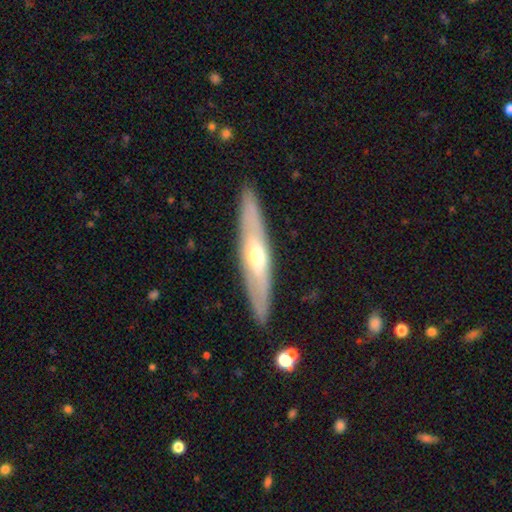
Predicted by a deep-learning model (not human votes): A featured or disk galaxy (62%) viewed edge-on (74%).

Vote fractions:
- Smooth or featured? featured or disk: 62% / smooth: 32% / star or artifact: 5%
- Edge-on disk? yes: 74% / no: 26%
- Merging? none: 89% / minor disturbance: 8% / major disturbance: 2% / merger: 1%